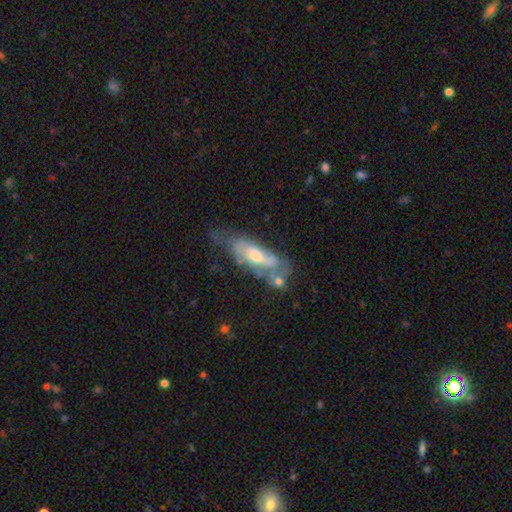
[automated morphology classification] Overall: featured or disk (64%; smooth 29%). Edge-on disk: no (80%). Bar: no (60%; weak 32%). Spiral arms: yes (70%; no 30%). Bulge size: moderate (63%). Merging: none (36%; minor disturbance 28%).